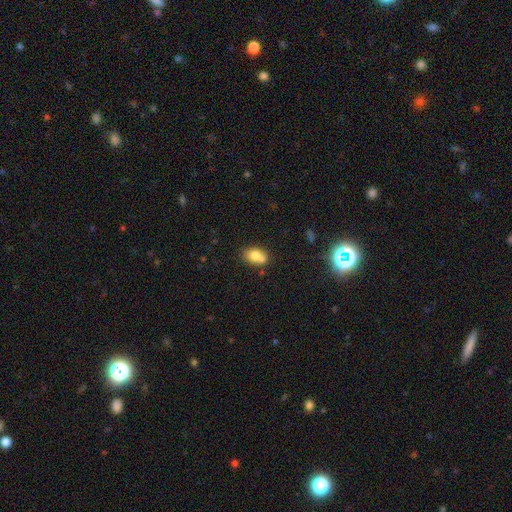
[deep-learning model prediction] A smooth galaxy with no disk features (74%) that is in between round and cigar-shaped (70%).

Vote fractions:
- Smooth or featured? smooth: 74% / featured or disk: 16% / star or artifact: 9%
- How rounded? in between: 70% / round: 28% / cigar-shaped: 1%
- Merging? none: 46% / merger: 36% / minor disturbance: 14% / major disturbance: 4%